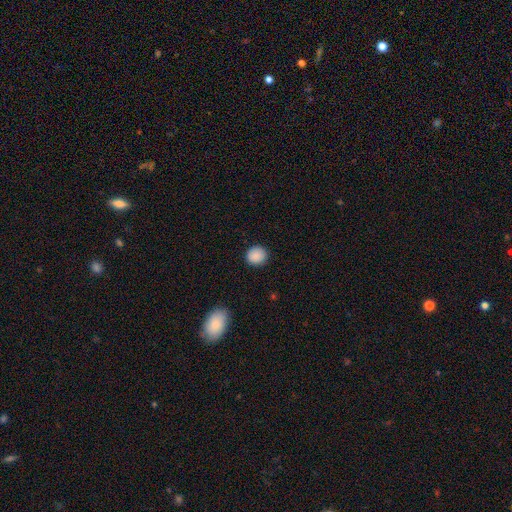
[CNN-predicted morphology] smooth_or_featured: smooth (p=0.89) [alt: star or artifact p=0.08]
how_rounded: round (p=0.83) [alt: in between p=0.16]
merging: none (p=0.90) [alt: minor disturbance p=0.07]